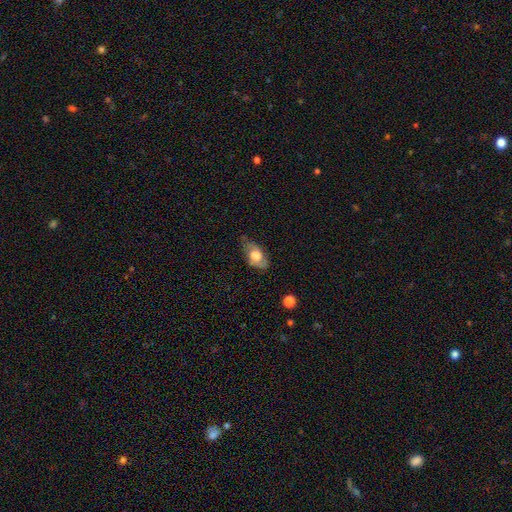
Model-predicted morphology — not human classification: This appears to be a smooth galaxy with no disk features (52%) that is in between round and cigar-shaped (87%). Merging: none (59%).